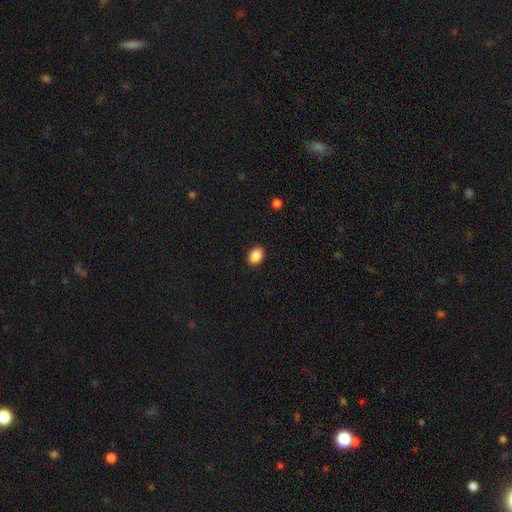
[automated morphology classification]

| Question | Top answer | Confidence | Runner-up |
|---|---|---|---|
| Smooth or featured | smooth | 82% | star or artifact (12%) |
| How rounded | in between | 61% | round (37%) |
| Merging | none | 76% | minor disturbance (18%) |